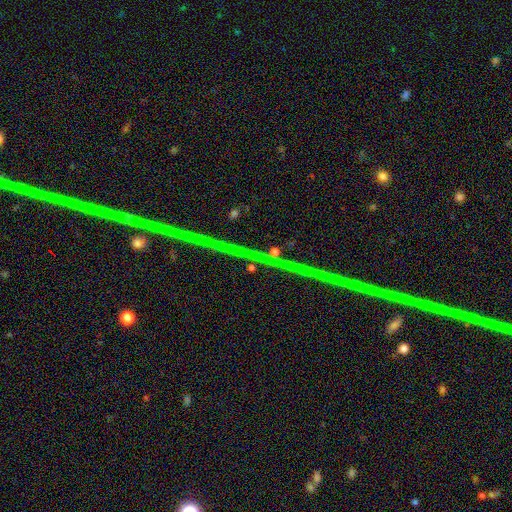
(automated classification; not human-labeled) Overall: star or artifact (74%).